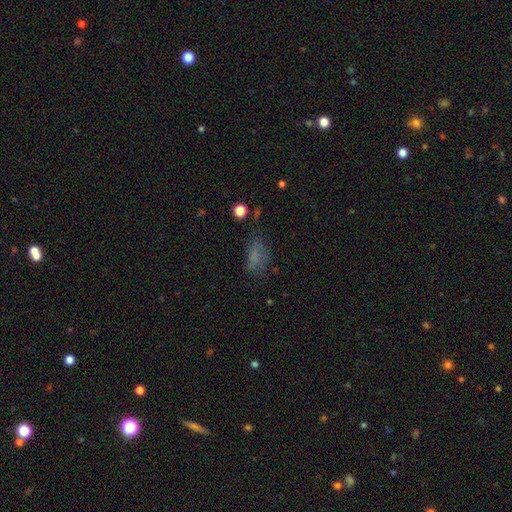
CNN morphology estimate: A smooth galaxy with no disk features (63%) that is in between round and cigar-shaped (83%).

Vote fractions:
- Smooth or featured? smooth: 63% / featured or disk: 19% / star or artifact: 18%
- How rounded? in between: 83% / cigar-shaped: 10% / round: 7%
- Merging? none: 53% / minor disturbance: 26% / major disturbance: 18% / merger: 3%